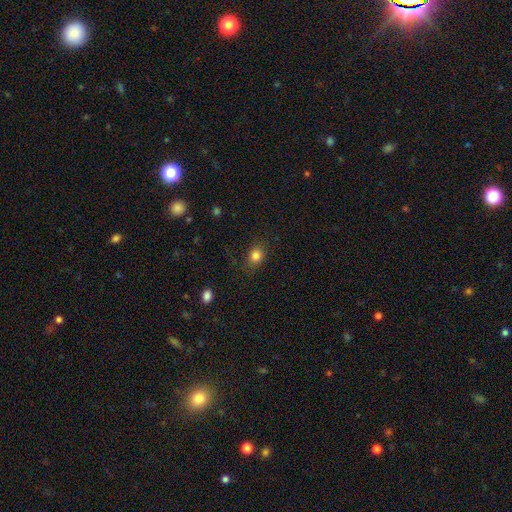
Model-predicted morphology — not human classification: smooth 84%, star or artifact 11%, featured or disk 5%. Down the decision tree: how rounded — round (62%); merging — none (79%).